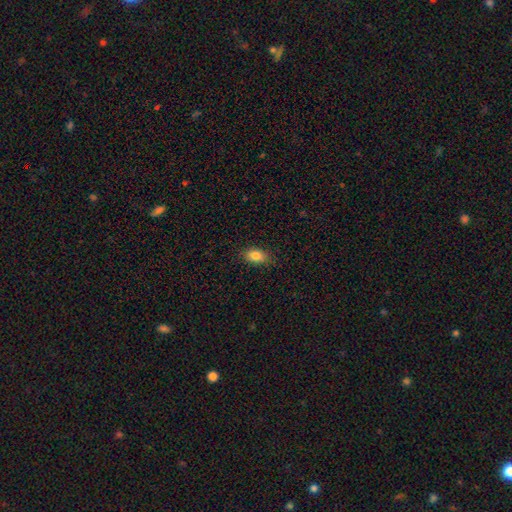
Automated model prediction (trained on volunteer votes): Smooth or featured? Predicted: smooth (p=0.84). How rounded? Predicted: in between (p=0.87). Merging? Predicted: none (p=0.87).